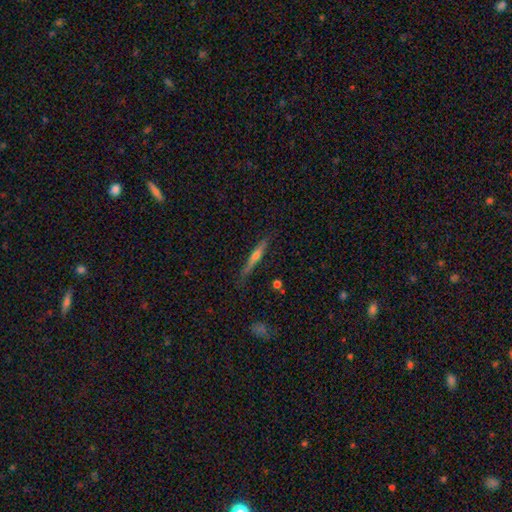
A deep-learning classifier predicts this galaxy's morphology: type=featured or disk (64%); edge-on=yes (97%); edge-on bulge=rounded (78%); merging=none (83%).